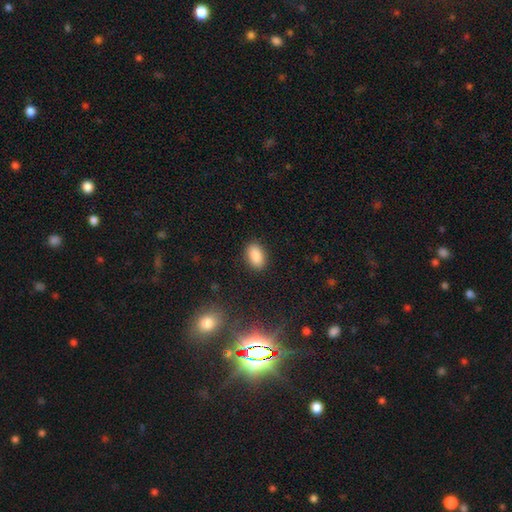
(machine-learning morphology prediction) smooth_or_featured: smooth (p=0.88) [alt: star or artifact p=0.08]
how_rounded: in between (p=0.90) [alt: round p=0.08]
merging: none (p=0.88) [alt: minor disturbance p=0.09]